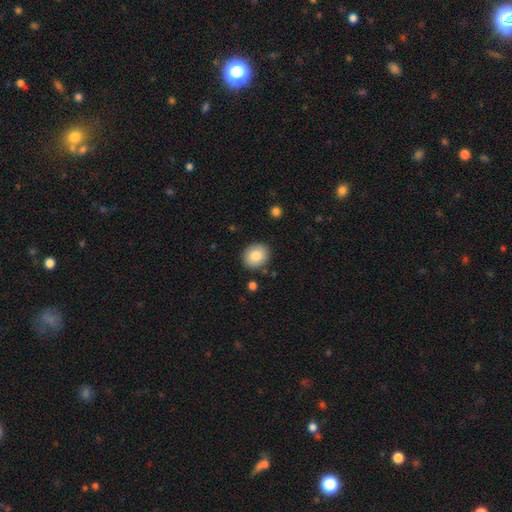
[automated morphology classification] The model was most divided on "how rounded": round: 69%, in between: 30%, cigar-shaped: 1%. More confident: merging — none (88%); smooth or featured — smooth (84%).